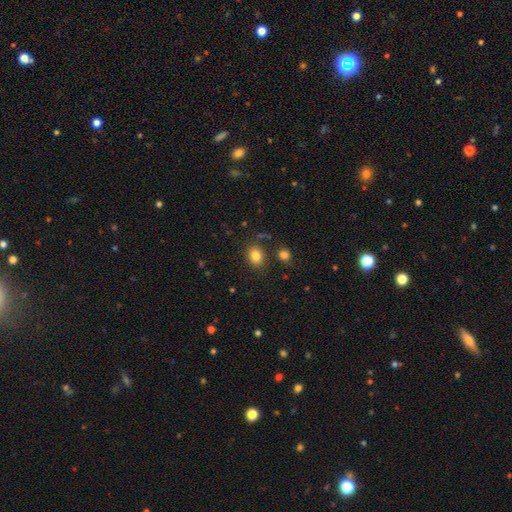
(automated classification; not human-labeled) Smooth or featured? Predicted: smooth (p=0.83). How rounded? Predicted: in between (p=0.50). Merging? Predicted: none (p=0.82).